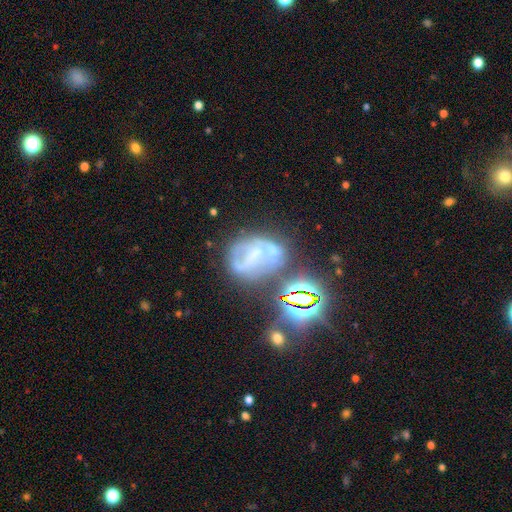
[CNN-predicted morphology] A featured or disk galaxy (59%) with a strong bar (45%), no spiral arms (52%) and a small central bulge (36%). Merging: none (43%).